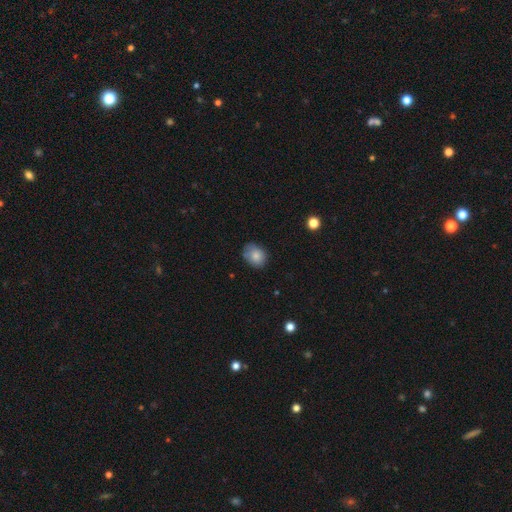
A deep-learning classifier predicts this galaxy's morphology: smooth 83%, star or artifact 9%, featured or disk 9%. Down the decision tree: how rounded — in between (55%); merging — none (72%).